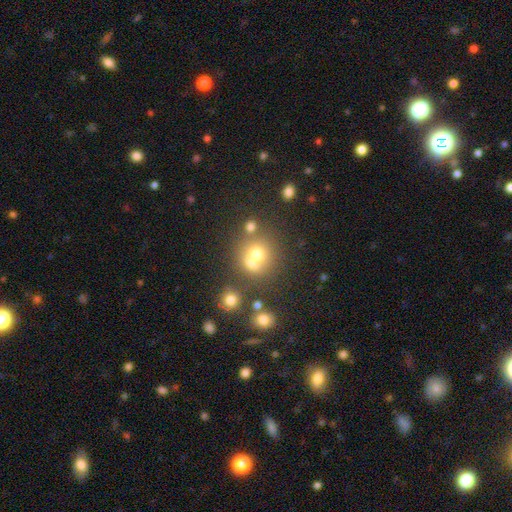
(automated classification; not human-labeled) Overall: smooth (61%). How rounded: round (84%). Merging: none (47%; merger 40%).